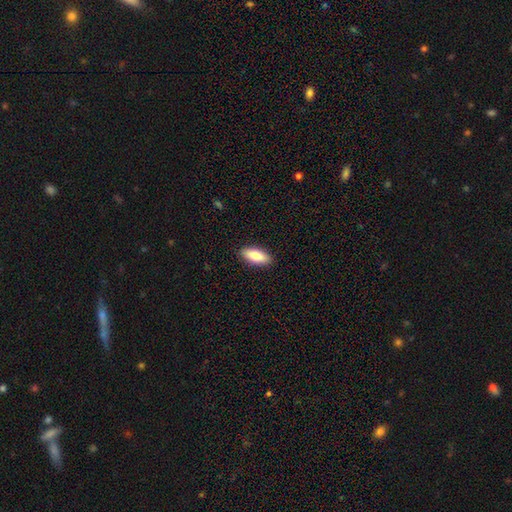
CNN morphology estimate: A smooth galaxy with no disk features (81%) that is in between round and cigar-shaped (77%). Merging: none (90%).